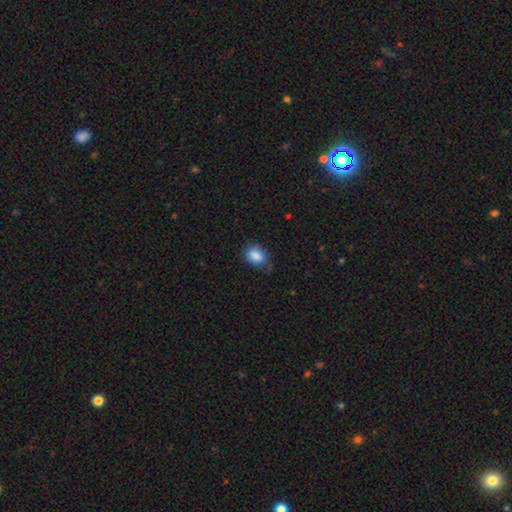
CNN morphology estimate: type=smooth (86%); roundness=in between (77%); merging=none (63%).